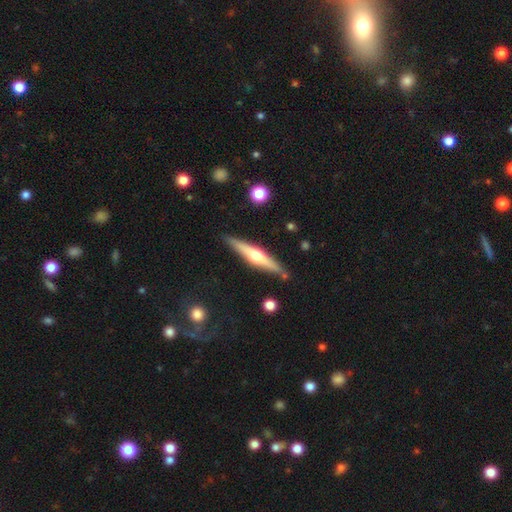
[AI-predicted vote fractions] The model was most divided on "smooth or featured": featured or disk: 66%, smooth: 29%, star or artifact: 5%. More confident: edge-on disk — yes (97%); edge-on bulge — rounded (90%); merging — none (87%).